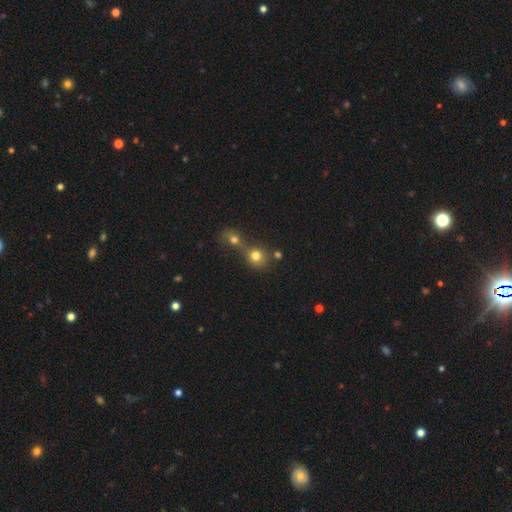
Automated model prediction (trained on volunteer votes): Morphology: type=smooth (77%); roundness=round (84%); merging=merger (51%).